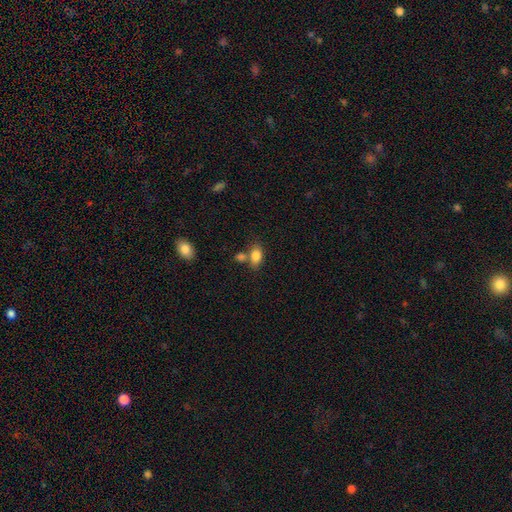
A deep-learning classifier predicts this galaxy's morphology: Smooth or featured?
  - smooth: 83% *
  - star or artifact: 9%
  - featured or disk: 8%
How rounded?
  - in between: 85% *
  - round: 12%
  - cigar-shaped: 3%
Merging?
  - none: 56% *
  - merger: 26%
  - minor disturbance: 14%
  - major disturbance: 5%